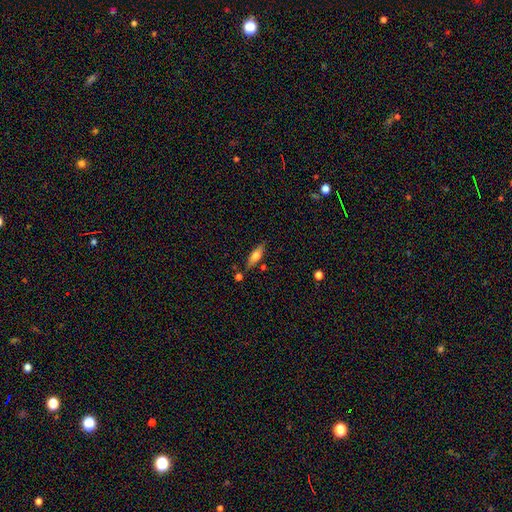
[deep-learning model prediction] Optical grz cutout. It shows a smooth galaxy with no disk features (68%) that is in between round and cigar-shaped (54%). Merging: none (72%).